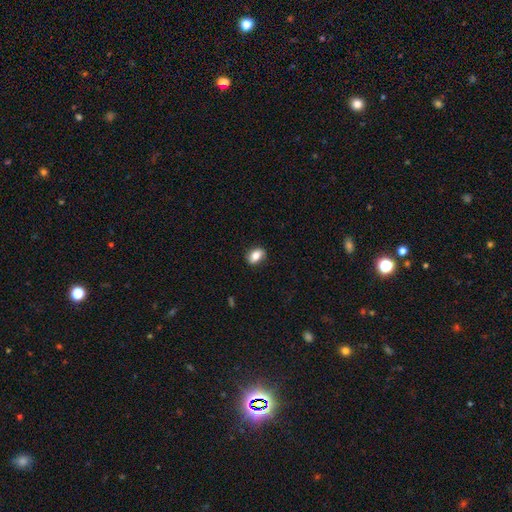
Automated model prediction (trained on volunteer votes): Smooth or featured? Predicted: smooth (p=0.79). How rounded? Predicted: in between (p=0.82). Merging? Predicted: none (p=0.85).